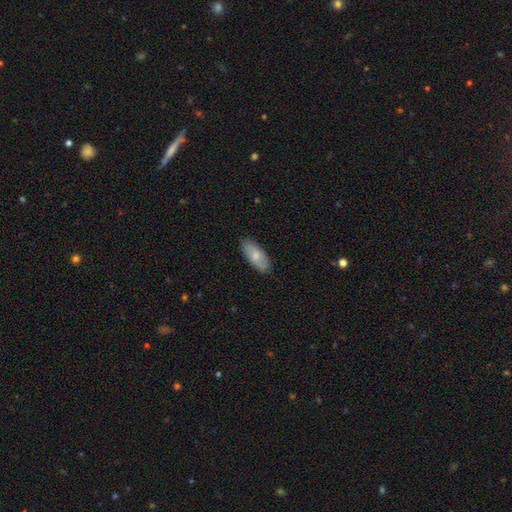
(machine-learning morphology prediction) Smooth or featured? Predicted: smooth (p=0.75). How rounded? Predicted: in between (p=0.88). Merging? Predicted: none (p=0.84).